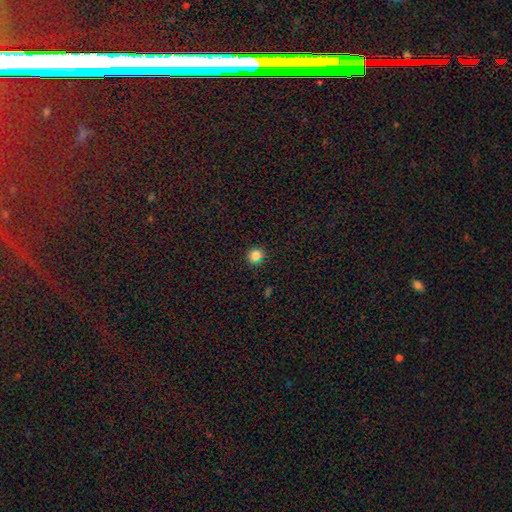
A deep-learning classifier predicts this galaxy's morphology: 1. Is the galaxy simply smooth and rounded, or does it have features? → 82% smooth, 14% star or artifact, 4% featured or disk.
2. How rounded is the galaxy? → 88% round, 11% in between, 1% cigar-shaped.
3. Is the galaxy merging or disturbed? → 88% none, 8% minor disturbance, 2% major disturbance, 2% merger.